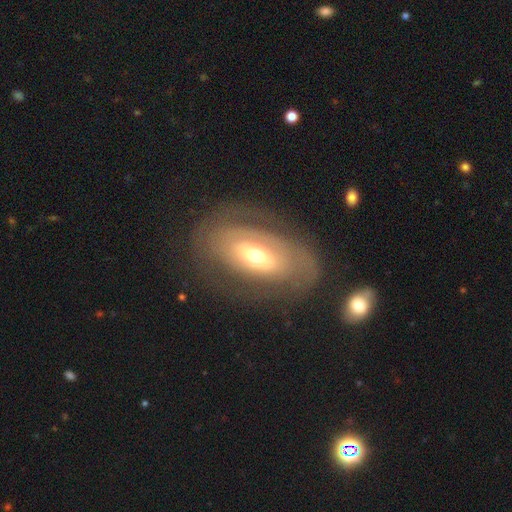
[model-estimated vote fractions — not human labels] featured or disk 67%, smooth 26%, star or artifact 6%. Down the decision tree: edge-on disk — no (90%); bar — no (52%); spiral arms — yes (55%); bulge size — moderate (65%); merging — none (67%).